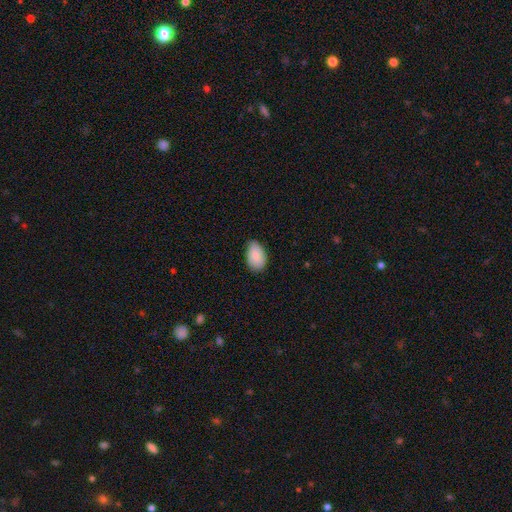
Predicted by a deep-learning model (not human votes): Smooth or featured? Predicted: smooth (p=0.88). How rounded? Predicted: in between (p=0.92). Merging? Predicted: none (p=0.72).